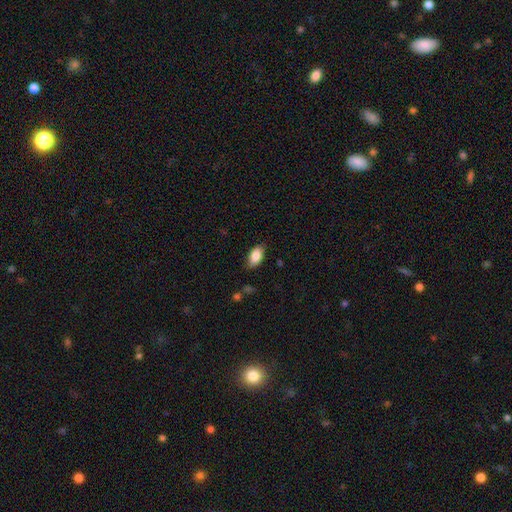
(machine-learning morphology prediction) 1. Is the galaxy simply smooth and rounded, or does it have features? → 85% smooth, 8% featured or disk, 7% star or artifact.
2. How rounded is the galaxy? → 92% in between, 4% round, 3% cigar-shaped.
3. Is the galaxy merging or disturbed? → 82% none, 14% minor disturbance, 3% major disturbance, 1% merger.